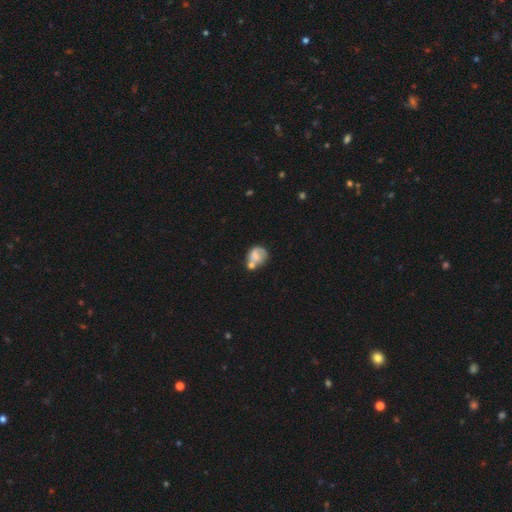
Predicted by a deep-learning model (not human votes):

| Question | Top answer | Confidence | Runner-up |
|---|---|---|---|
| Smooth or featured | smooth | 61% | featured or disk (30%) |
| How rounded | round | 52% | in between (46%) |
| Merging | merger | 37% | none (31%) |